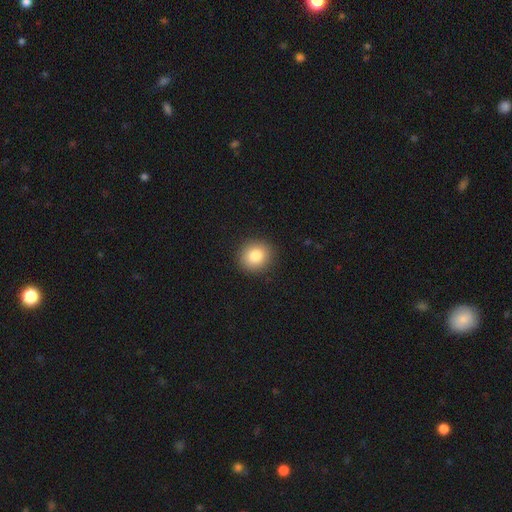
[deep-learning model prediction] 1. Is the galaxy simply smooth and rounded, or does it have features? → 83% smooth, 10% star or artifact, 8% featured or disk.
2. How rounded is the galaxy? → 82% round, 17% in between, 1% cigar-shaped.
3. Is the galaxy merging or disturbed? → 91% none, 6% minor disturbance, 2% major disturbance, 1% merger.